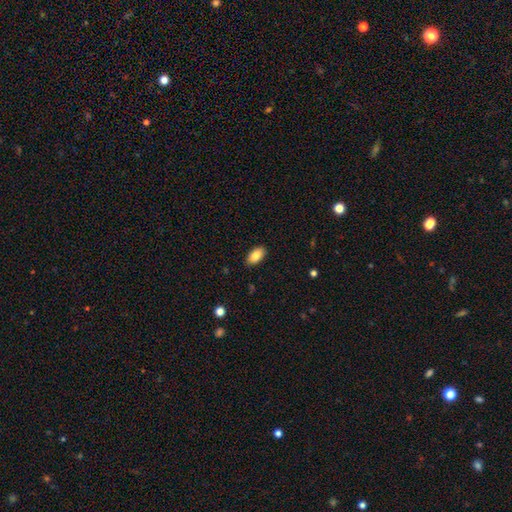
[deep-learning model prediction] Overall: smooth (85%). How rounded: in between (94%). Merging: none (88%).